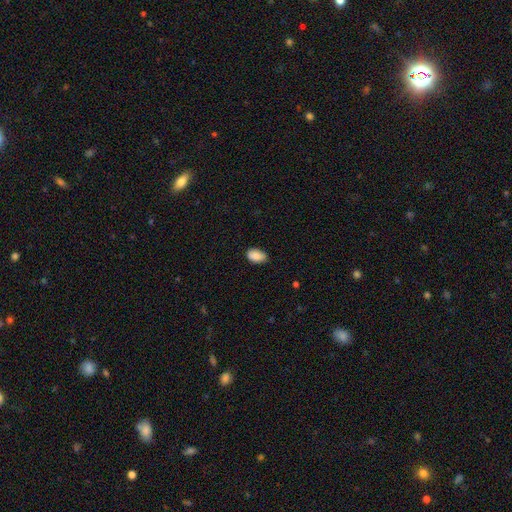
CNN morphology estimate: Overall: smooth (89%). How rounded: in between (92%). Merging: none (81%).